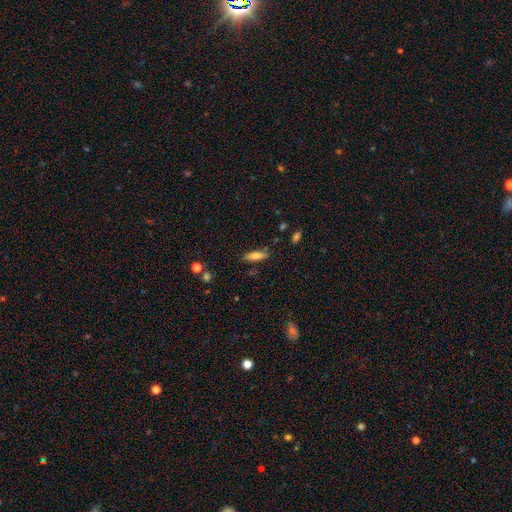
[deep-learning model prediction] Q: Smooth or featured?
A: smooth (74%); runner-up: featured or disk (19%)
Q: How rounded?
A: cigar-shaped (58%); runner-up: in between (40%)
Q: Merging?
A: none (83%); runner-up: minor disturbance (12%)